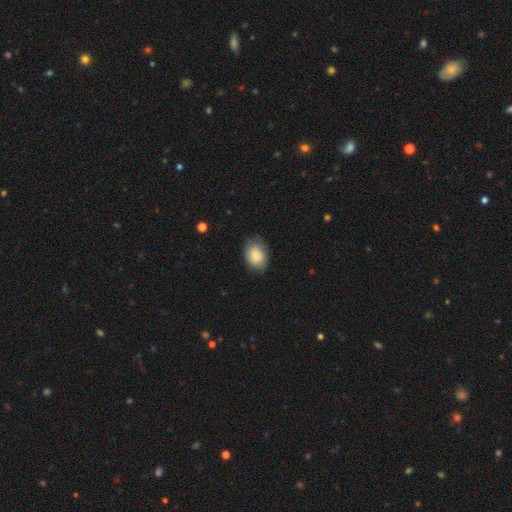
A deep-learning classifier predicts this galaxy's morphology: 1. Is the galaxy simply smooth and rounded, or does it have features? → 79% smooth, 14% featured or disk, 7% star or artifact.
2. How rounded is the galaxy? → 76% in between, 23% round, 1% cigar-shaped.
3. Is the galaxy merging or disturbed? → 73% none, 21% minor disturbance, 5% major disturbance, 1% merger.